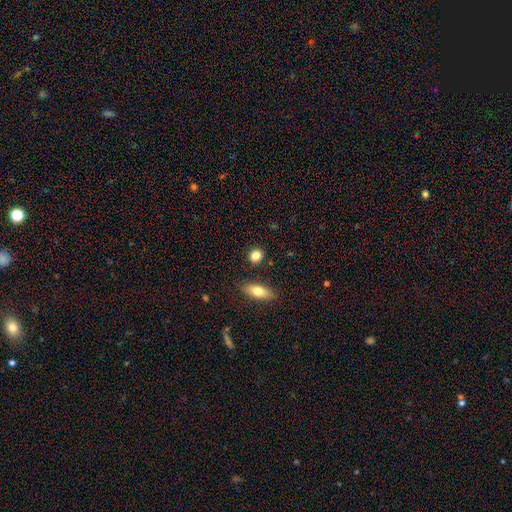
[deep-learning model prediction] This appears to be a smooth galaxy with no disk features (84%) that is round (70%). Merging: none (87%).